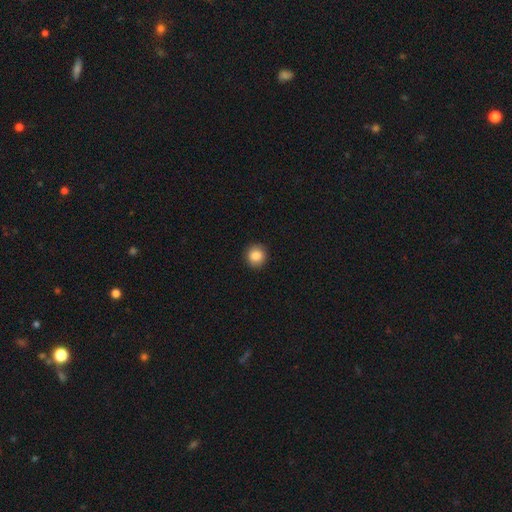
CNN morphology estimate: smooth-or-featured: smooth: 86% | star or artifact: 9% | featured or disk: 5%
  how-rounded: round: 90% | in between: 9% | cigar-shaped: 1%
  merging: none: 91% | minor disturbance: 6% | major disturbance: 2% | merger: 1%